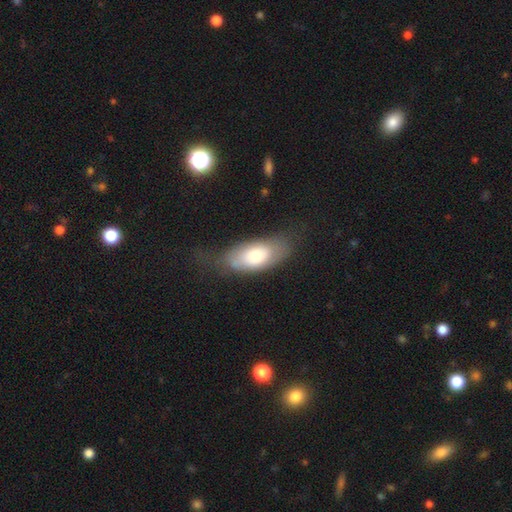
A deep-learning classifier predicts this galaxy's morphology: A smooth galaxy with no disk features (63%) that is in between round and cigar-shaped (87%). Merging: none (54%).